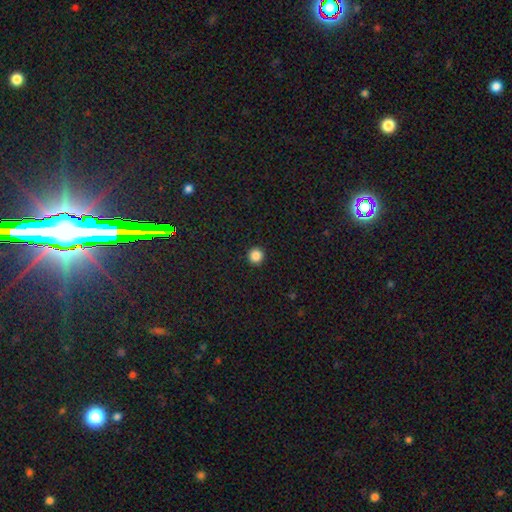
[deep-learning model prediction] smooth_or_featured: smooth (p=0.86) [alt: star or artifact p=0.11]
how_rounded: round (p=0.96) [alt: in between p=0.03]
merging: none (p=0.94) [alt: minor disturbance p=0.04]